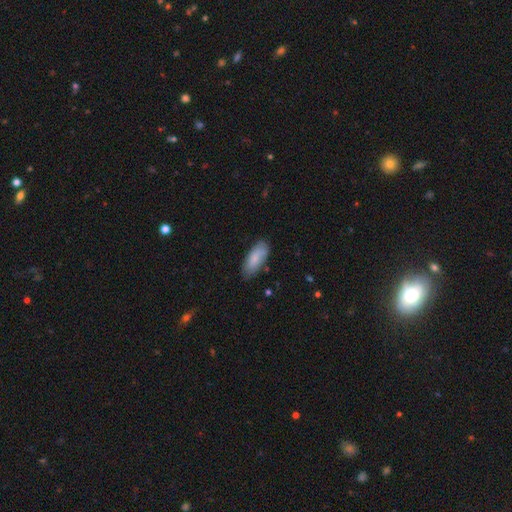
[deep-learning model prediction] Smooth or featured? smooth (81%)
How rounded? in between (75%)
Merging? none (77%)